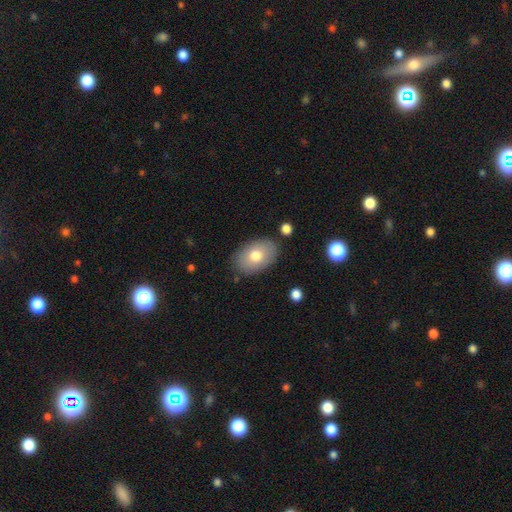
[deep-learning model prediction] smooth_or_featured: smooth (p=0.73) [alt: featured or disk p=0.21]
how_rounded: in between (p=0.87) [alt: round p=0.12]
merging: none (p=0.84) [alt: minor disturbance p=0.11]